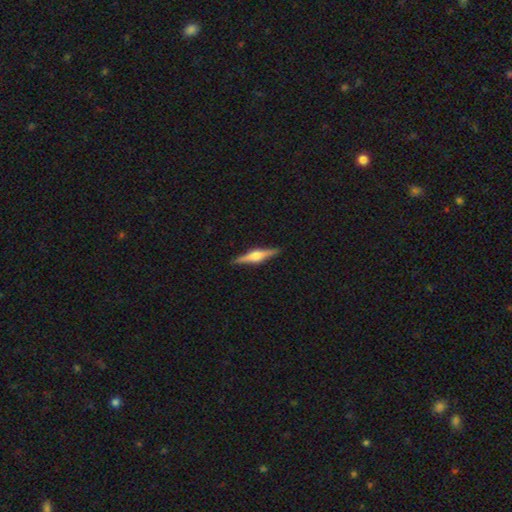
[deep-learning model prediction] Q: Smooth or featured?
A: featured or disk (75%); runner-up: smooth (19%)
Q: Edge-on disk?
A: yes (98%); runner-up: no (2%)
Q: Edge-on bulge?
A: rounded (86%); runner-up: boxy (11%)
Q: Merging?
A: none (91%); runner-up: minor disturbance (6%)